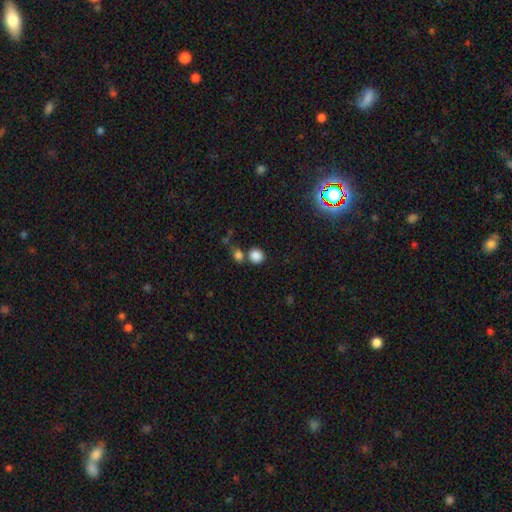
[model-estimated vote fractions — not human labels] A smooth galaxy with no disk features (84%) that is round (84%).

Vote fractions:
- Smooth or featured? smooth: 84% / star or artifact: 11% / featured or disk: 5%
- How rounded? round: 84% / in between: 15% / cigar-shaped: 1%
- Merging? none: 64% / merger: 23% / minor disturbance: 9% / major disturbance: 4%